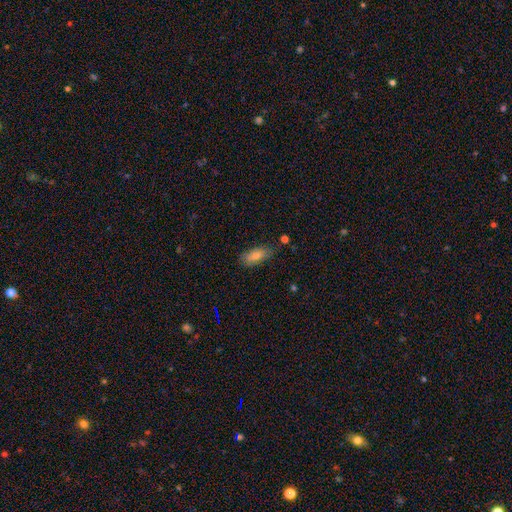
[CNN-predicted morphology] This appears to be a smooth galaxy with no disk features (75%) that is in between round and cigar-shaped (82%). Merging: none (77%).